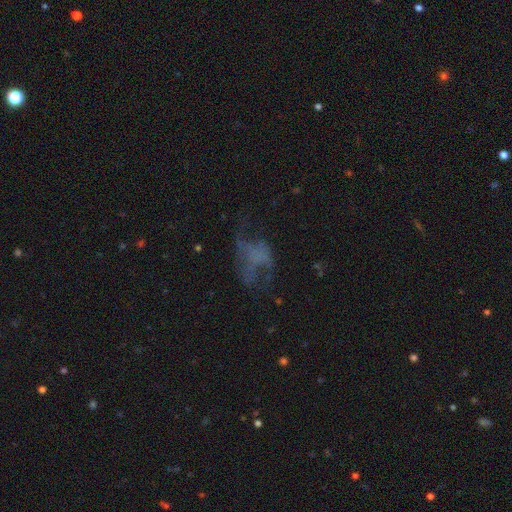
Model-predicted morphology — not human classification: Smooth or featured? Predicted: featured or disk (p=0.51). Edge-on disk? Predicted: no (p=0.97). Merging? Predicted: major disturbance (p=0.45).